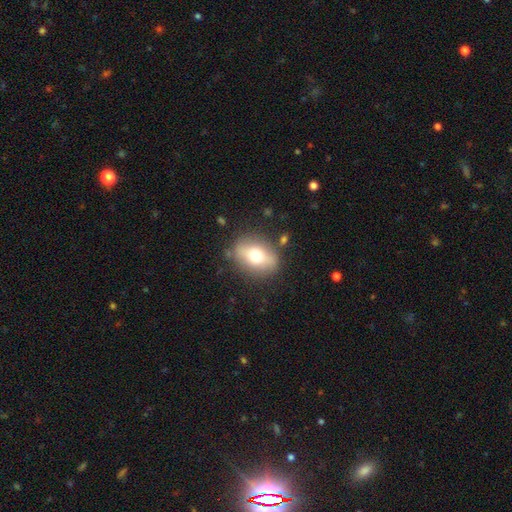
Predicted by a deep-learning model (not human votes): Q: Smooth or featured?
A: smooth (61%); runner-up: featured or disk (31%)
Q: How rounded?
A: in between (63%); runner-up: round (34%)
Q: Merging?
A: none (81%); runner-up: minor disturbance (13%)